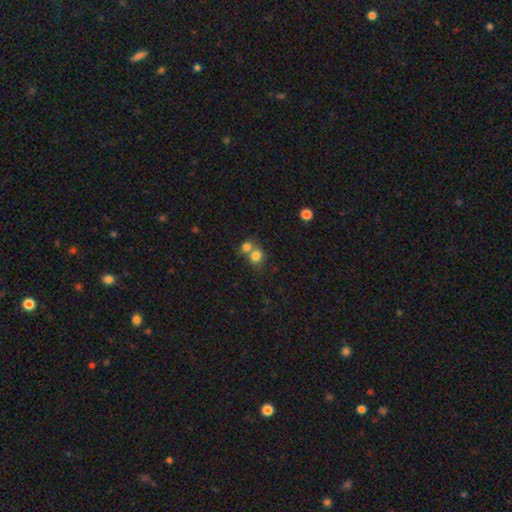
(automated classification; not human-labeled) Q: Smooth or featured?
A: smooth (79%); runner-up: star or artifact (11%)
Q: How rounded?
A: round (76%); runner-up: in between (24%)
Q: Merging?
A: merger (55%); runner-up: none (36%)